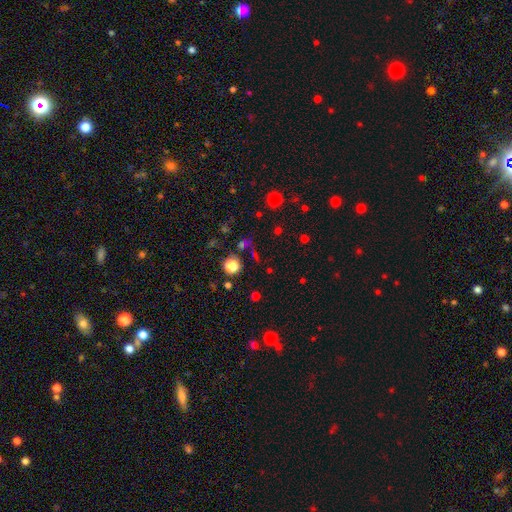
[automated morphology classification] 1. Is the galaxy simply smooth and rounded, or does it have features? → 48% star or artifact, 41% smooth, 11% featured or disk.